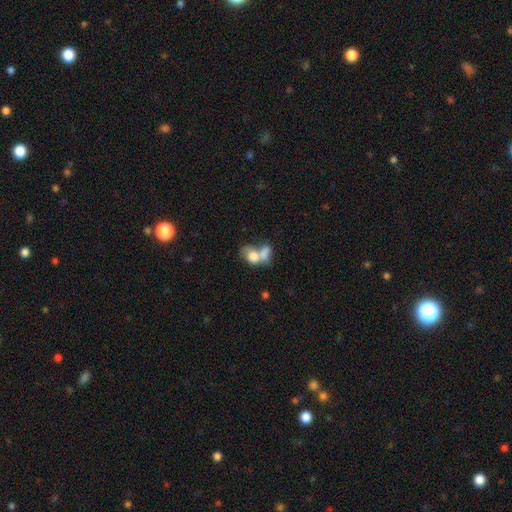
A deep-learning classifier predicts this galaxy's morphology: smooth_or_featured: smooth (p=0.72) [alt: featured or disk p=0.20]
how_rounded: in between (p=0.69) [alt: round p=0.29]
merging: merger (p=0.72) [alt: none p=0.13]